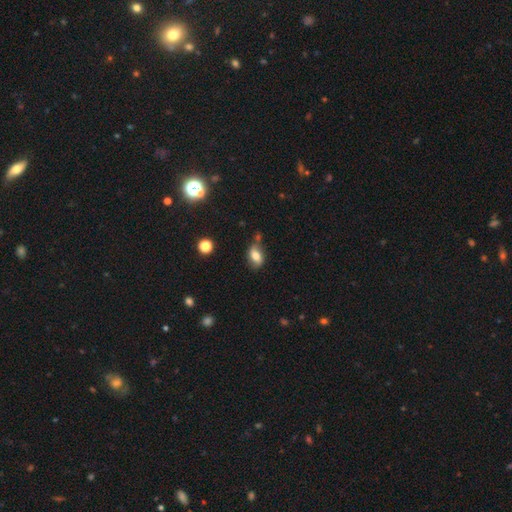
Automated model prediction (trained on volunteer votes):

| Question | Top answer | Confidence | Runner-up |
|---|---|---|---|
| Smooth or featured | smooth | 68% | featured or disk (21%) |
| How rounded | in between | 83% | round (14%) |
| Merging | none | 53% | minor disturbance (26%) |